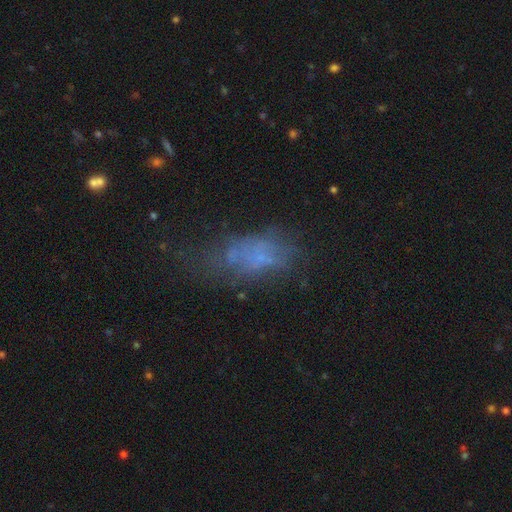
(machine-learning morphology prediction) A smooth galaxy with no disk features (44%). Merging: none (37%).